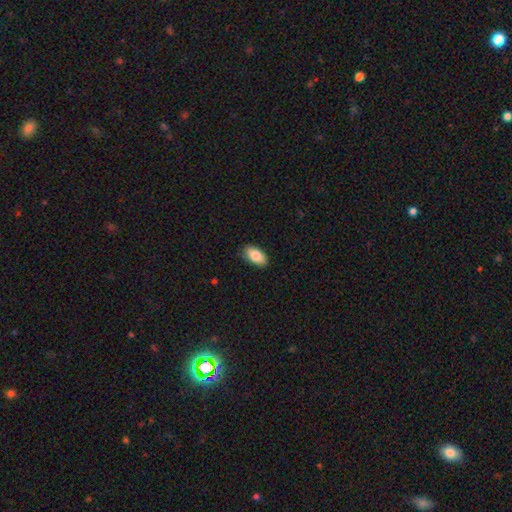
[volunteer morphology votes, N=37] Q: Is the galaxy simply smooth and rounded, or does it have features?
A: smooth — 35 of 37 (95%).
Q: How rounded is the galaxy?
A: in between — 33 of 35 (94%).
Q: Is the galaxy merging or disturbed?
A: none — 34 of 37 (92%).